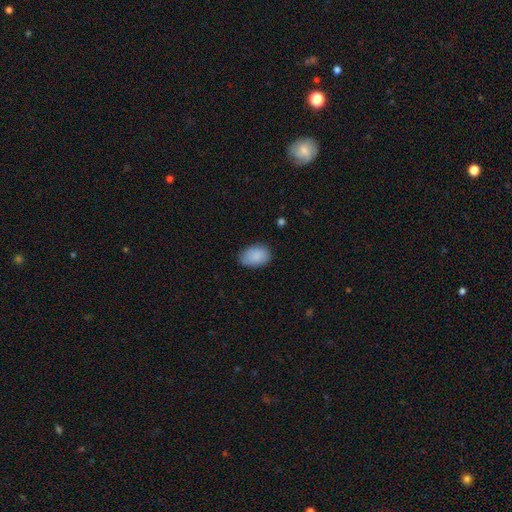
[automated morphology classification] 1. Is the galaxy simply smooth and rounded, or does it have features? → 89% smooth, 7% star or artifact, 5% featured or disk.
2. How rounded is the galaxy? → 85% in between, 14% round, 1% cigar-shaped.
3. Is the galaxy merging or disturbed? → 75% none, 20% minor disturbance, 3% major disturbance, 1% merger.